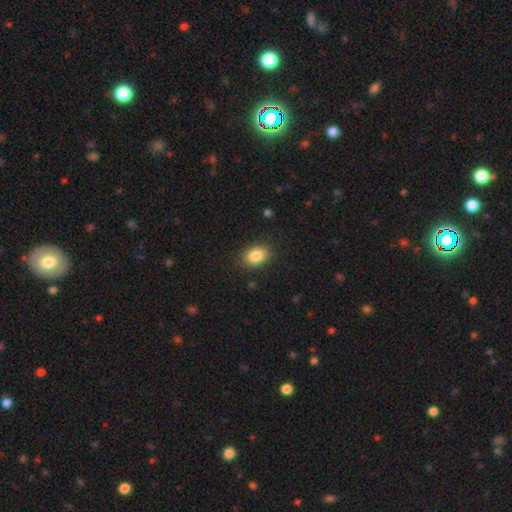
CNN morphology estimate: The model was most divided on "how rounded": in between: 79%, round: 20%, cigar-shaped: 1%. More confident: merging — none (86%); smooth or featured — smooth (85%).